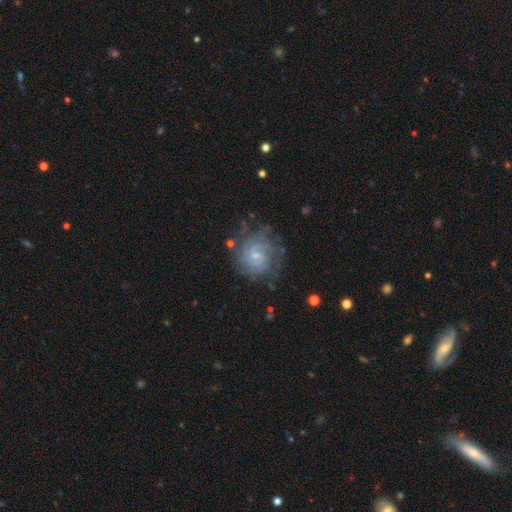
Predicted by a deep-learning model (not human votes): This appears to be a featured or disk galaxy (80%) with no bar (56%), tight (70%) spiral arms (94%) and a small central bulge (73%). Merging: none (72%).